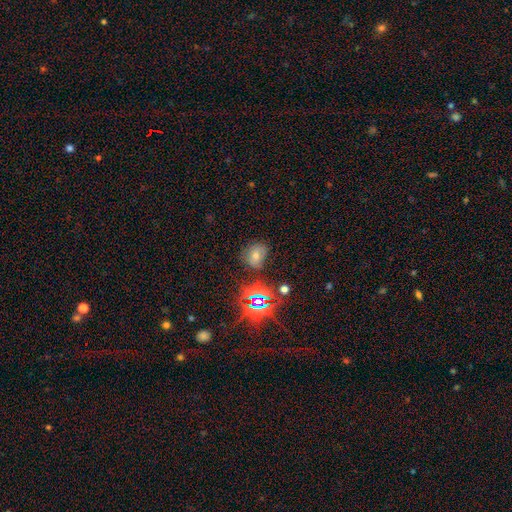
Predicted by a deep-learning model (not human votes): Smooth or featured? Predicted: star or artifact (p=0.43).